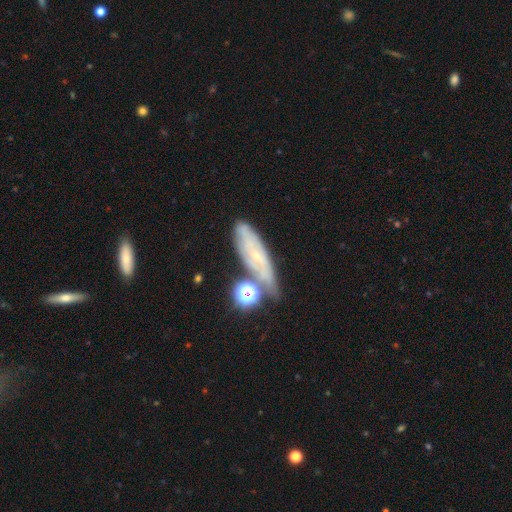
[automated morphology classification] Overall: featured or disk (57%; smooth 31%). Edge-on disk: no (75%). Merging: none (52%; minor disturbance 23%).